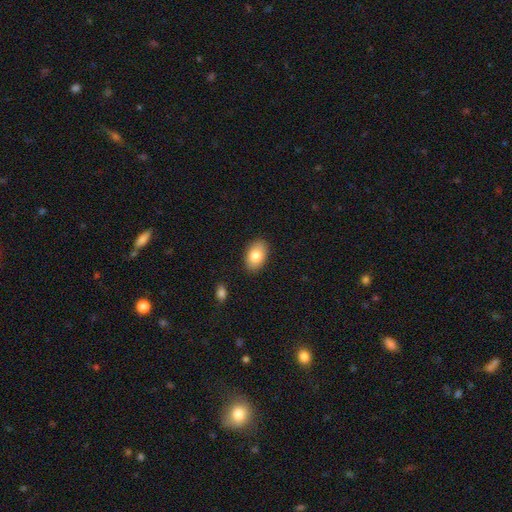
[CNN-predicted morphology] smooth_or_featured: smooth (p=0.81) [alt: featured or disk p=0.12]
how_rounded: in between (p=0.89) [alt: round p=0.10]
merging: none (p=0.88) [alt: minor disturbance p=0.09]